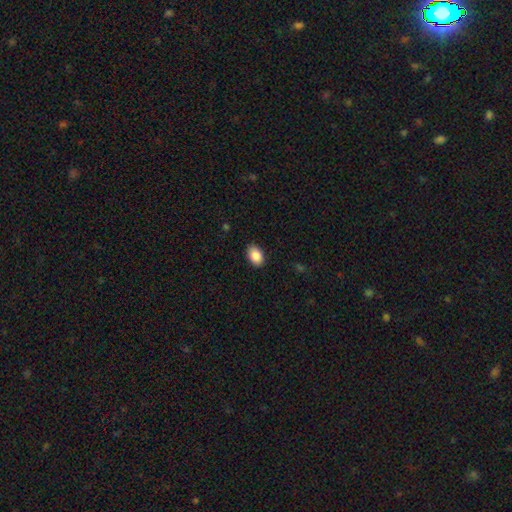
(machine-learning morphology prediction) type=smooth (88%); roundness=in between (87%); merging=none (88%).